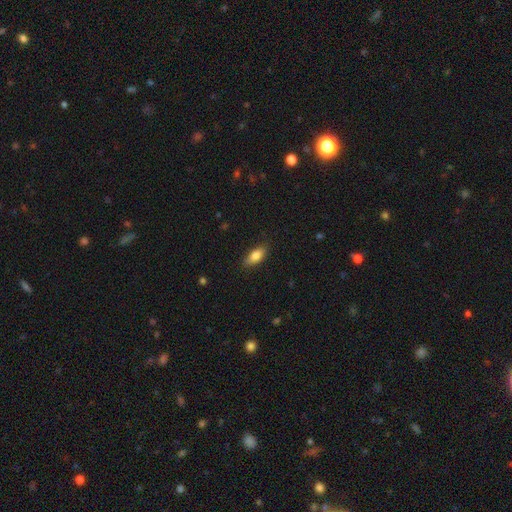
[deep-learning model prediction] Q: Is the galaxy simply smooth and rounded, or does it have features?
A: smooth — 79%.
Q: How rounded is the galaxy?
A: in between — 82%.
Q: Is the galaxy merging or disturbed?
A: none — 83%.